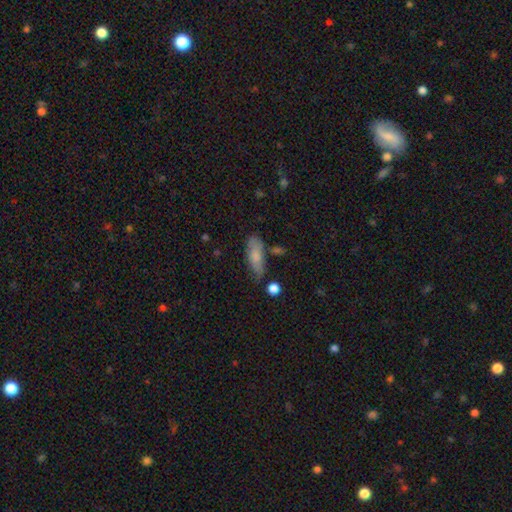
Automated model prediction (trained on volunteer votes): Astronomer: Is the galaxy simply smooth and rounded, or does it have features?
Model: smooth — 76%.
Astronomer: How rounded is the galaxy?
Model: in between — 65%.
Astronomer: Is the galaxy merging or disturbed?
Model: none — 63%.